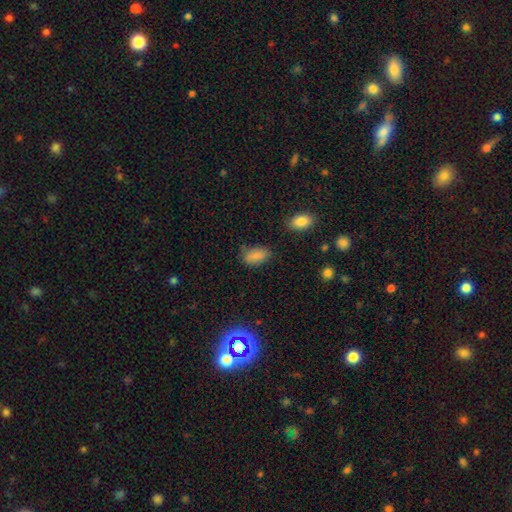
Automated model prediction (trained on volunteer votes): A smooth galaxy with no disk features (84%) that is in between round and cigar-shaped (91%).

Vote fractions:
- Smooth or featured? smooth: 84% / star or artifact: 10% / featured or disk: 6%
- How rounded? in between: 91% / round: 5% / cigar-shaped: 3%
- Merging? none: 68% / minor disturbance: 24% / major disturbance: 6% / merger: 3%